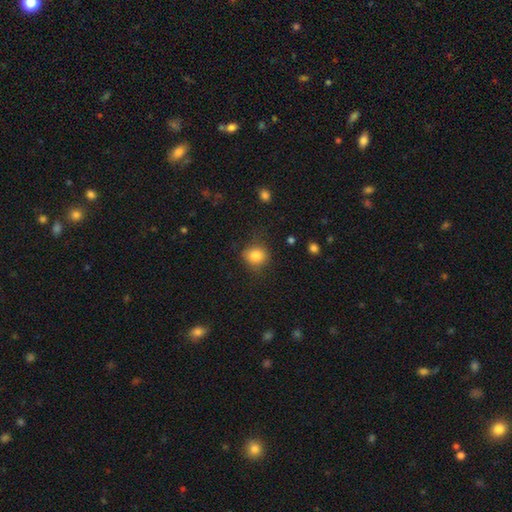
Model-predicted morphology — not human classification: A smooth galaxy with no disk features (83%) that is round (82%).

Vote fractions:
- Smooth or featured? smooth: 83% / star or artifact: 10% / featured or disk: 7%
- How rounded? round: 82% / in between: 17% / cigar-shaped: 1%
- Merging? none: 79% / minor disturbance: 15% / major disturbance: 5% / merger: 2%